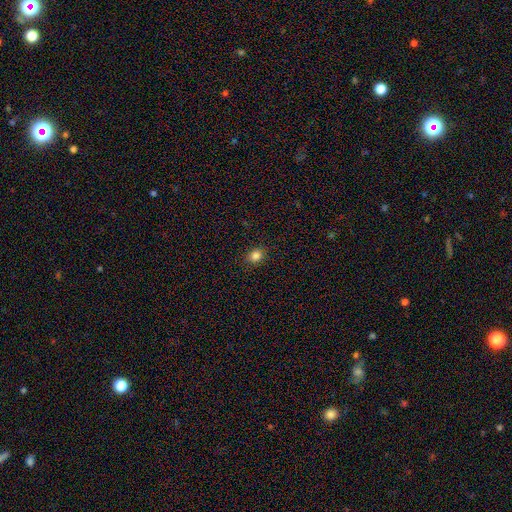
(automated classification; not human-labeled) Q: Smooth or featured?
A: smooth (84%); runner-up: star or artifact (12%)
Q: How rounded?
A: round (60%); runner-up: in between (39%)
Q: Merging?
A: none (89%); runner-up: minor disturbance (8%)